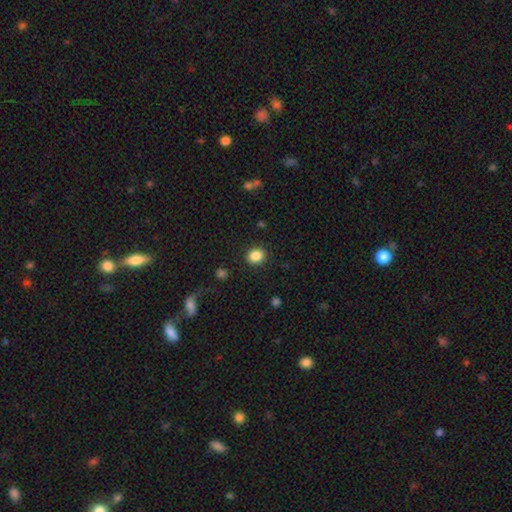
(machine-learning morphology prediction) smooth_or_featured: smooth (p=0.85) [alt: star or artifact p=0.10]
how_rounded: round (p=0.70) [alt: in between p=0.29]
merging: none (p=0.89) [alt: minor disturbance p=0.07]